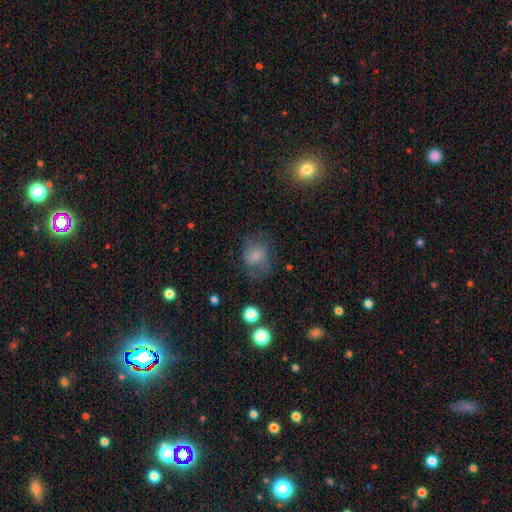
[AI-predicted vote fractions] Smooth or featured?
  - smooth: 65% *
  - featured or disk: 22%
  - star or artifact: 13%
How rounded?
  - in between: 56% *
  - round: 43%
  - cigar-shaped: 1%
Merging?
  - none: 50% *
  - minor disturbance: 24%
  - major disturbance: 23%
  - merger: 2%